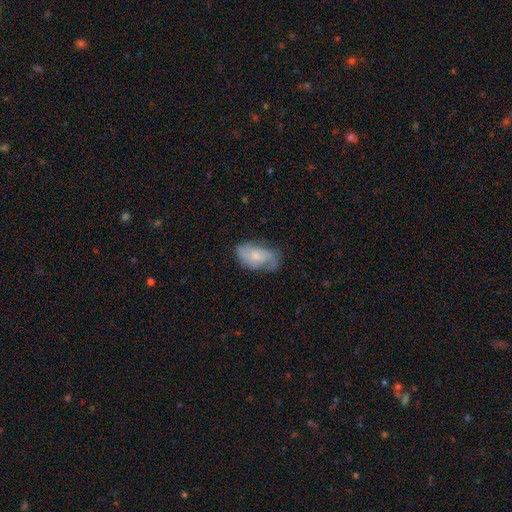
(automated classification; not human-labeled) Smooth or featured: smooth — 47% (featured or disk — 46%)
Merging: none — 53% (minor disturbance — 31%)